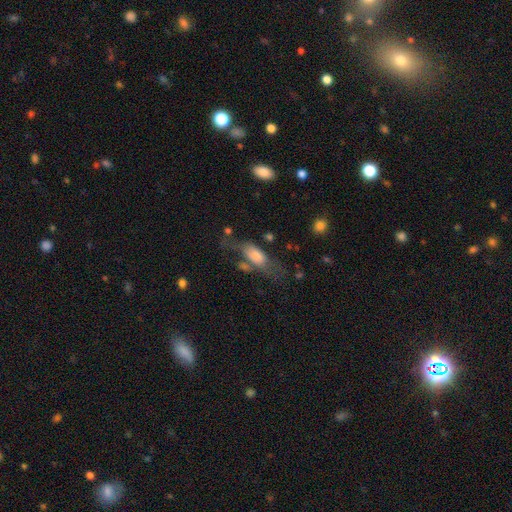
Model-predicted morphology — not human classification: Smooth or featured: smooth — 64% (featured or disk — 27%)
How rounded: in between — 79% (cigar-shaped — 16%)
Merging: none — 40% (major disturbance — 26%)